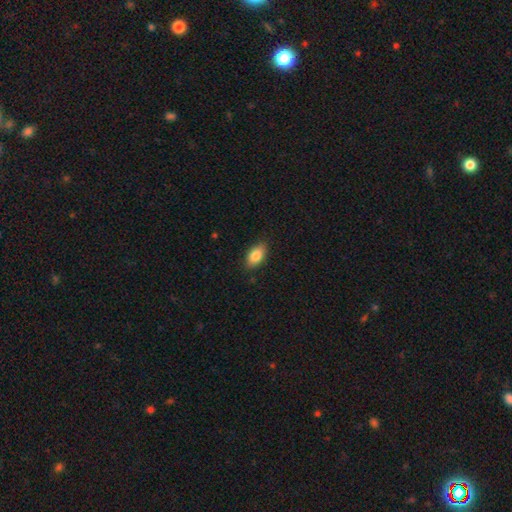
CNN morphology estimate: Smooth or featured: smooth — 84% (featured or disk — 9%)
How rounded: in between — 90% (round — 7%)
Merging: none — 84% (minor disturbance — 12%)